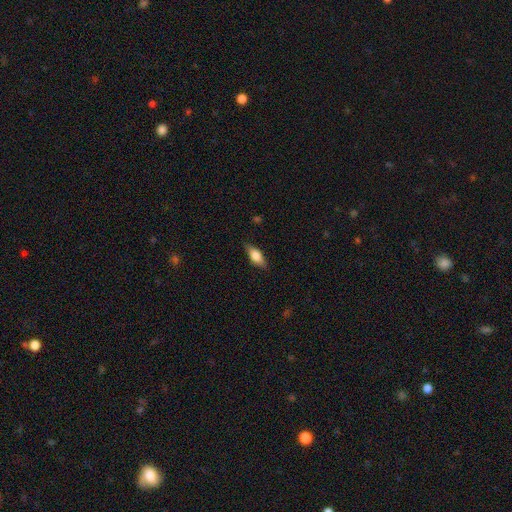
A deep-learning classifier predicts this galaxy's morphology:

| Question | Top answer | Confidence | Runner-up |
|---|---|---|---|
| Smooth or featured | smooth | 66% | featured or disk (27%) |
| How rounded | in between | 73% | cigar-shaped (23%) |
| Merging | none | 83% | minor disturbance (13%) |